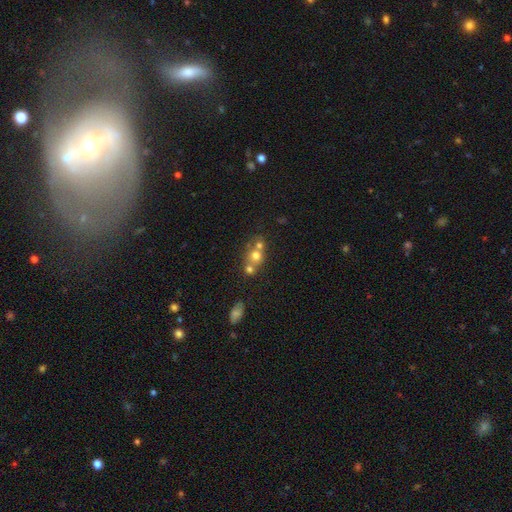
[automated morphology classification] This appears to be a smooth galaxy with no disk features (65%) that is round (78%). Merging: merger (49%).